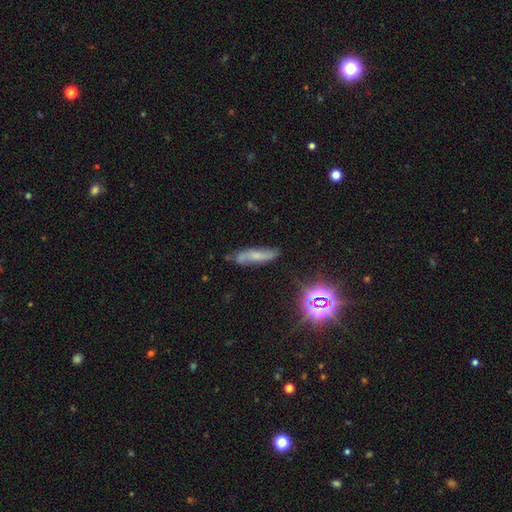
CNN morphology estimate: A featured or disk galaxy (45%).

Vote fractions:
- Smooth or featured? featured or disk: 45% / smooth: 38% / star or artifact: 17%
- Merging? none: 70% / minor disturbance: 21% / major disturbance: 6% / merger: 4%